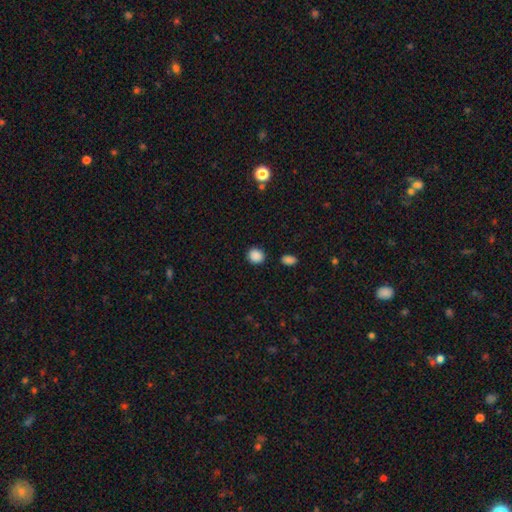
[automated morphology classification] smooth_or_featured: smooth (p=0.88) [alt: star or artifact p=0.10]
how_rounded: round (p=0.80) [alt: in between p=0.19]
merging: none (p=0.87) [alt: minor disturbance p=0.08]